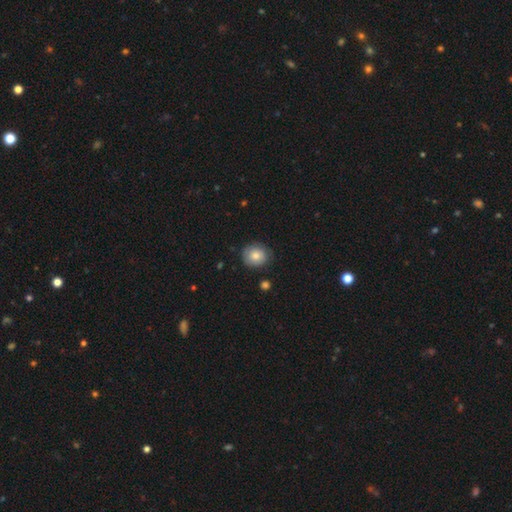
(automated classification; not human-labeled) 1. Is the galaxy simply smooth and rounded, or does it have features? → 78% smooth, 15% featured or disk, 8% star or artifact.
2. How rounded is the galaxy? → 78% round, 21% in between, 1% cigar-shaped.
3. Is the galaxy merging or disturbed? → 81% none, 15% minor disturbance, 3% major disturbance, 2% merger.